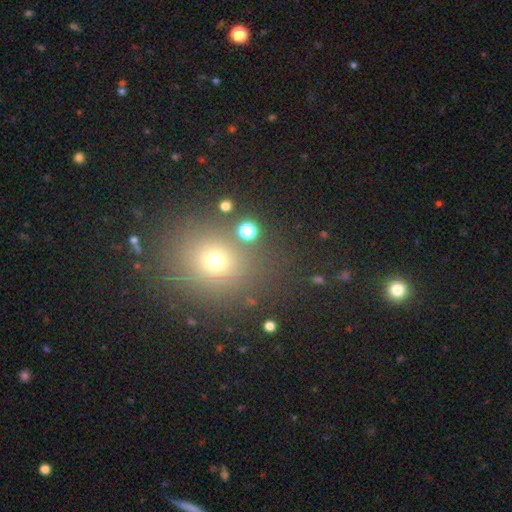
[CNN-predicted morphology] This appears to be a smooth galaxy with no disk features (56%) that is round (69%). Merging: none (83%).